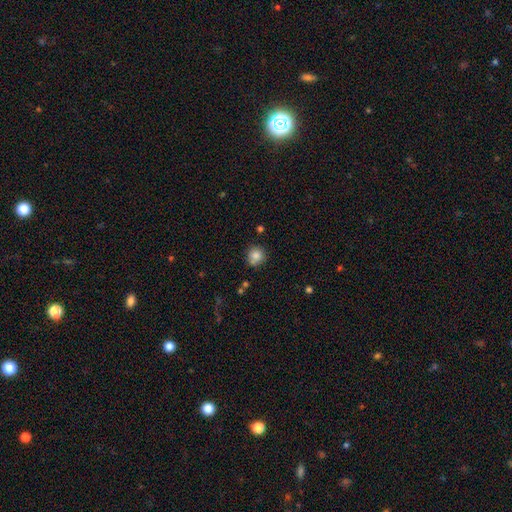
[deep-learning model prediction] Smooth or featured? Predicted: smooth (p=0.83). How rounded? Predicted: round (p=0.91). Merging? Predicted: none (p=0.76).